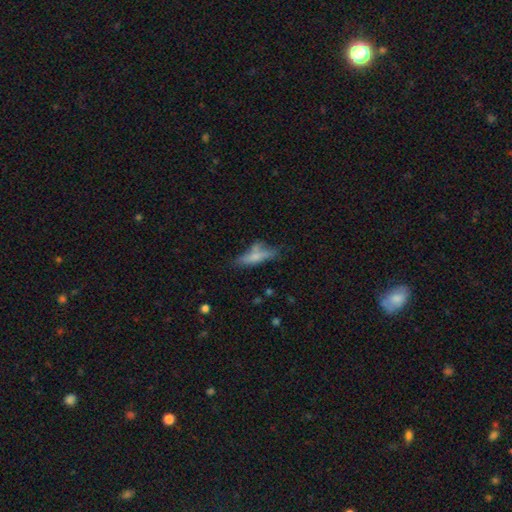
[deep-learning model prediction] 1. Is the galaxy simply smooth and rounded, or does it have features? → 64% smooth, 28% featured or disk, 9% star or artifact.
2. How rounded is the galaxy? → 62% cigar-shaped, 35% in between, 3% round.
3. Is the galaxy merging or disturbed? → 51% none, 23% minor disturbance, 15% merger, 11% major disturbance.